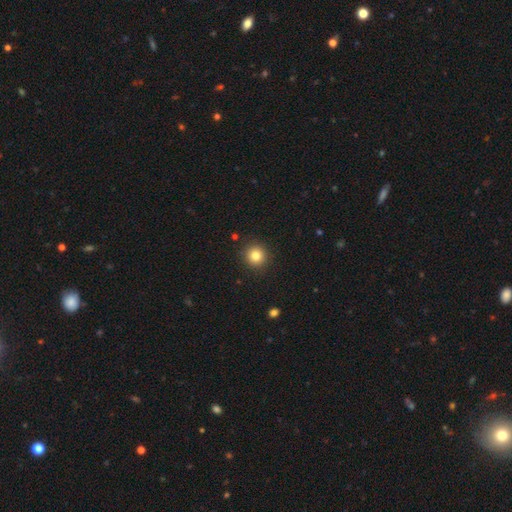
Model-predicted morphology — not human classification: Smooth or featured? Predicted: smooth (p=0.82). How rounded? Predicted: round (p=0.93). Merging? Predicted: none (p=0.91).